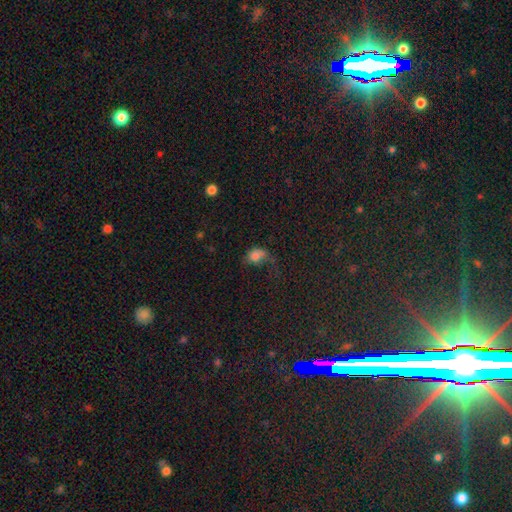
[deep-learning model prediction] Smooth or featured? smooth (72%)
How rounded? in between (62%)
Merging? major disturbance (40%)